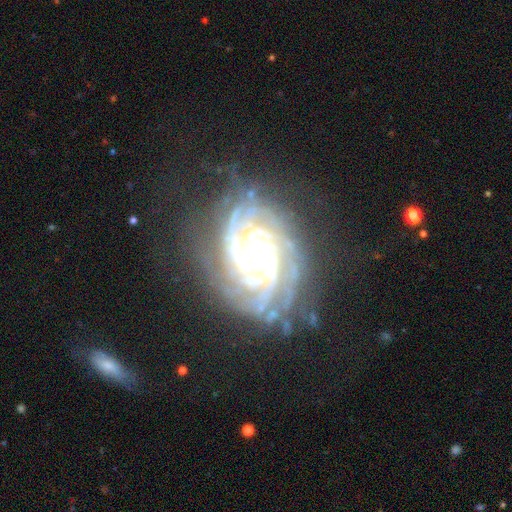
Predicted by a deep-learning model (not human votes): A featured or disk galaxy (90%) with no bar (68%), more than 4 (23%) tight (76%) spiral arms (98%) and a moderate central bulge (48%). Merging: none (74%).